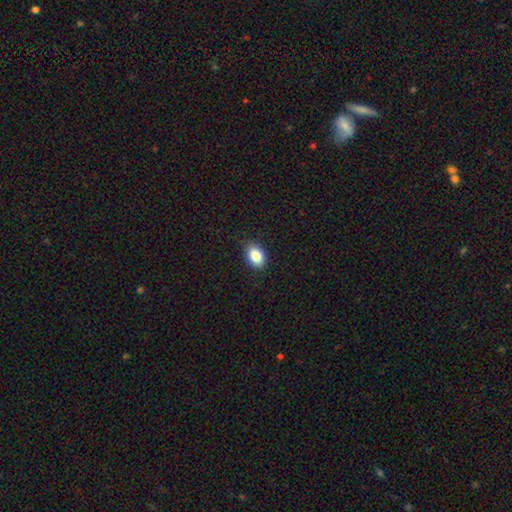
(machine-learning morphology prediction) The model was most divided on "how rounded": in between: 81%, round: 17%, cigar-shaped: 1%. More confident: smooth or featured — smooth (86%); merging — none (81%).